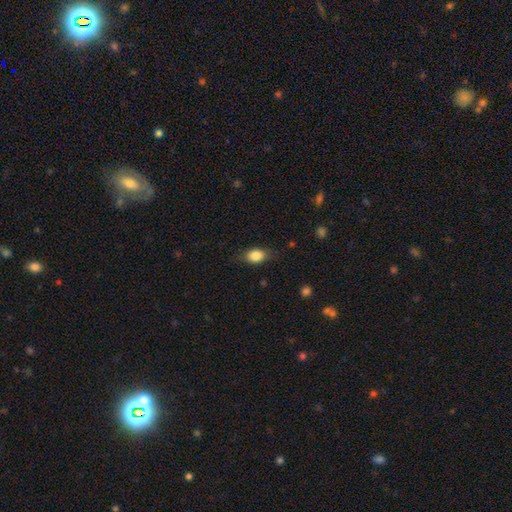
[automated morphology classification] smooth_or_featured: smooth (p=0.83) [alt: featured or disk p=0.09]
how_rounded: in between (p=0.78) [alt: round p=0.18]
merging: none (p=0.76) [alt: minor disturbance p=0.18]